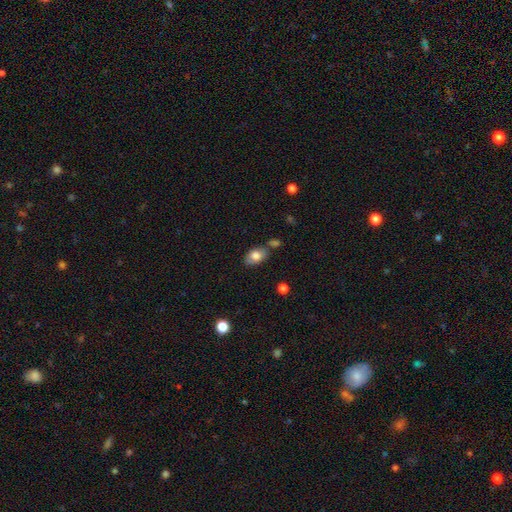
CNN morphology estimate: type=smooth (76%); roundness=in between (87%); merging=none (65%).